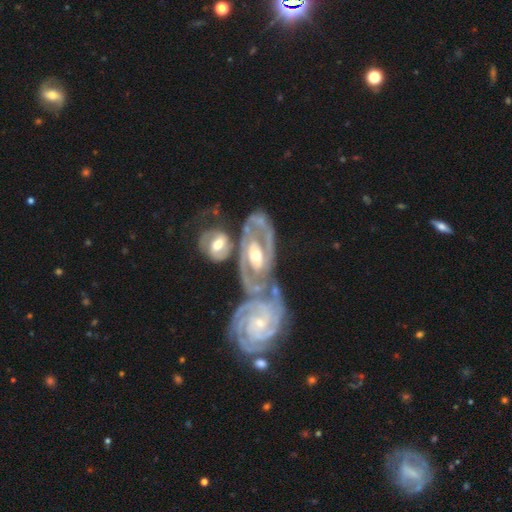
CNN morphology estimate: smooth-or-featured: featured or disk: 87% | smooth: 9% | star or artifact: 4%
  disk-edge-on: no: 95% | yes: 5%
    bar: no: 46% | weak: 32% | strong: 22%
    has-spiral-arms: yes: 89% | no: 11%
      spiral-winding: tight: 56% | medium: 33% | loose: 10%
      spiral-arm-count: 2: 53% | can't tell: 21% | 3: 12% | 1: 5% | 4: 4% | more than 4: 4%
    bulge-size: moderate: 62% | small: 30% | large: 5% | none: 1% | dominant: 1%
  merging: merger: 43% | none: 31% | minor disturbance: 15% | major disturbance: 11%